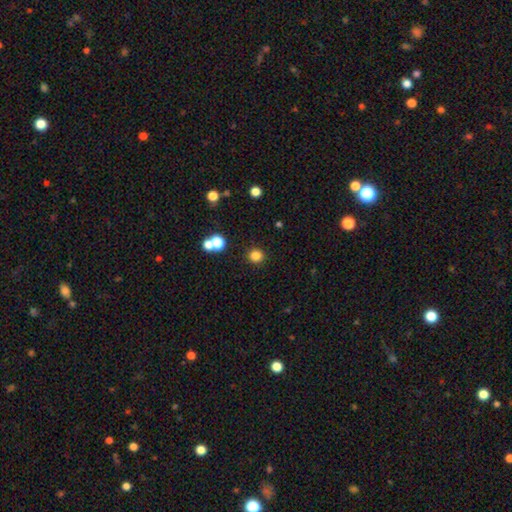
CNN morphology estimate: smooth_or_featured: smooth (p=0.81) [alt: star or artifact p=0.14]
how_rounded: round (p=0.92) [alt: in between p=0.07]
merging: none (p=0.88) [alt: minor disturbance p=0.05]